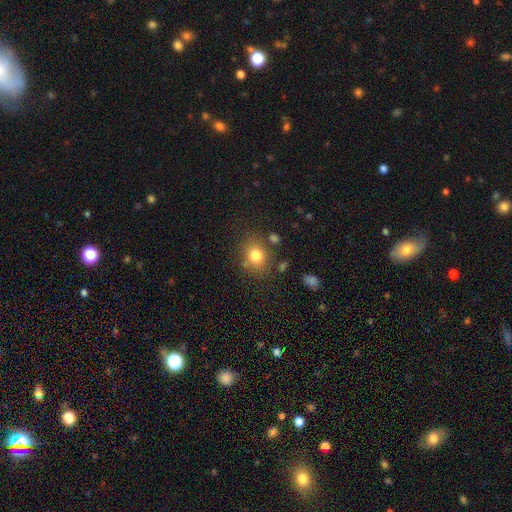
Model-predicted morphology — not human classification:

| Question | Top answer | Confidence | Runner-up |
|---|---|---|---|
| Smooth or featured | smooth | 79% | star or artifact (12%) |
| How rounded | round | 62% | in between (38%) |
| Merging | none | 75% | minor disturbance (14%) |